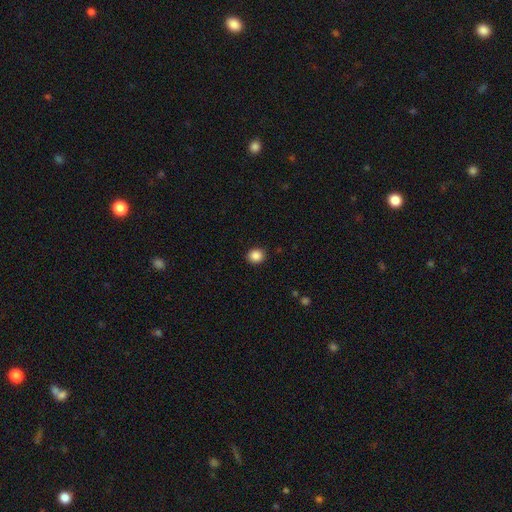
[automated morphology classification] Smooth or featured?
  - smooth: 87% *
  - star or artifact: 10%
  - featured or disk: 3%
How rounded?
  - round: 75% *
  - in between: 24%
  - cigar-shaped: 1%
Merging?
  - none: 91% *
  - minor disturbance: 6%
  - major disturbance: 2%
  - merger: 1%